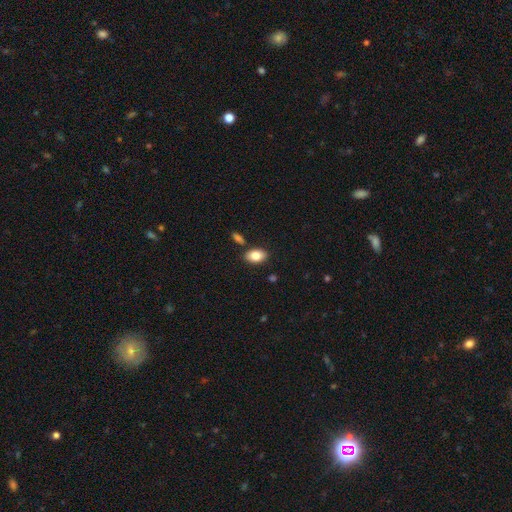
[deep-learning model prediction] Overall: smooth (83%). How rounded: in between (89%). Merging: none (82%).